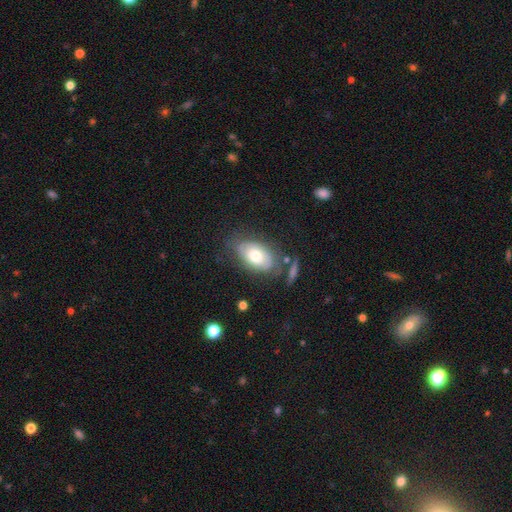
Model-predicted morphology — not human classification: Smooth or featured? smooth (47%)
Merging? none (64%)